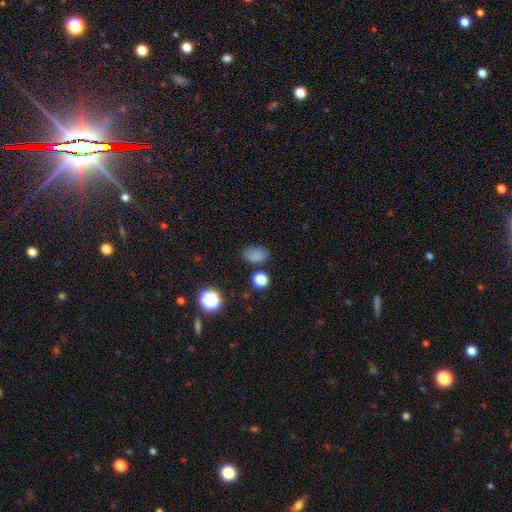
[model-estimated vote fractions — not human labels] Smooth or featured? smooth (77%)
How rounded? in between (79%)
Merging? none (76%)